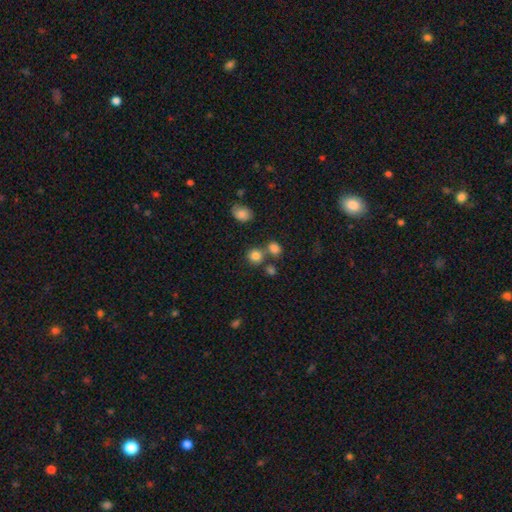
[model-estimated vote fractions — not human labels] This is clearly a smooth galaxy (81%). How rounded: clearly round (84%). Merging: likely none (65%).